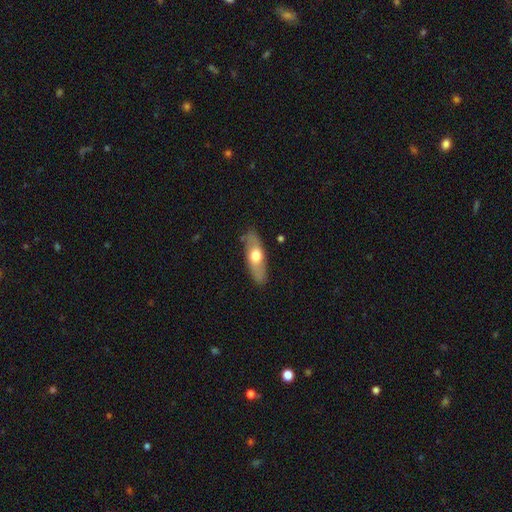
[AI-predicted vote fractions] Smooth or featured: smooth — 57% (featured or disk — 38%)
How rounded: in between — 57% (cigar-shaped — 39%)
Merging: none — 83% (minor disturbance — 13%)